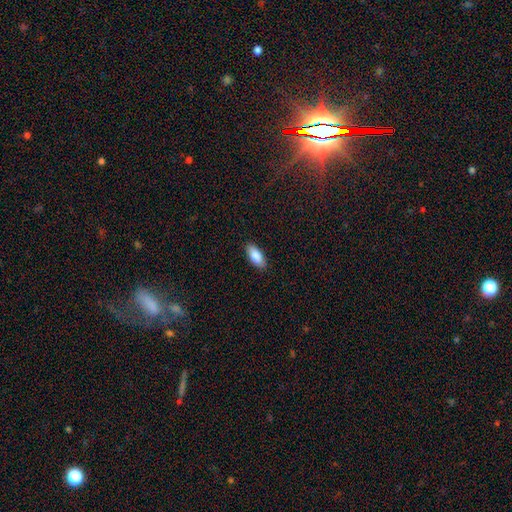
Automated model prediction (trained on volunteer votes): Morphology: type=smooth (86%); roundness=in between (87%); merging=none (89%).